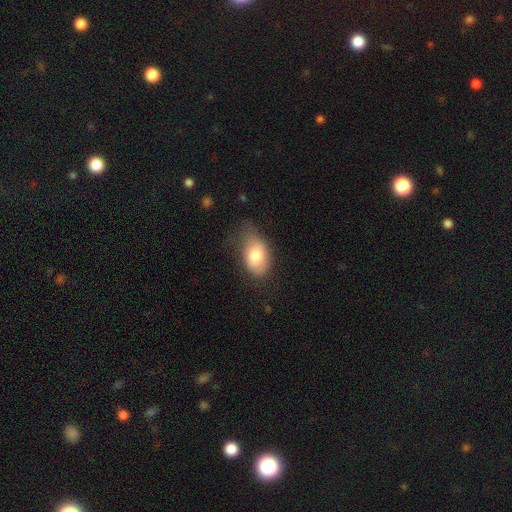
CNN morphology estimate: smooth_or_featured: smooth (p=0.77) [alt: featured or disk p=0.16]
how_rounded: in between (p=0.90) [alt: round p=0.09]
merging: none (p=0.42) [alt: minor disturbance p=0.39]